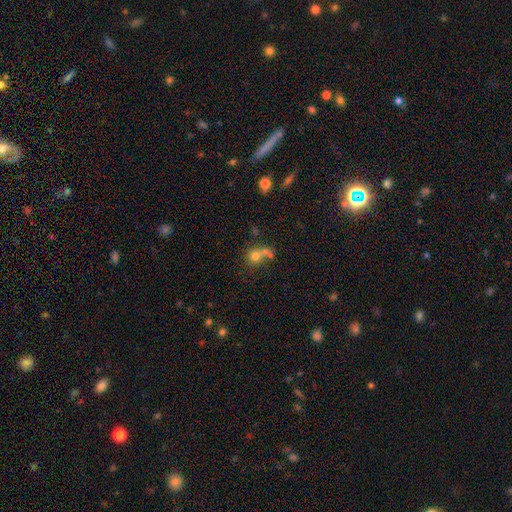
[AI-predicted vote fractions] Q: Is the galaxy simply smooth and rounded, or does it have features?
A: smooth — 71%.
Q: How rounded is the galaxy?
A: round — 82%.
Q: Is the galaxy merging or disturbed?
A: merger — 46%.